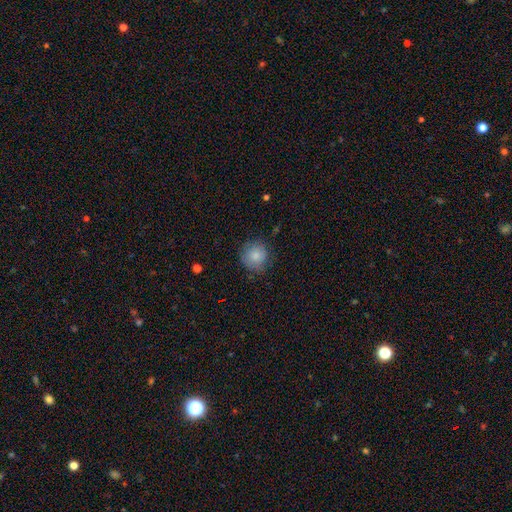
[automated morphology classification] This appears to be a smooth galaxy with no disk features (83%) that is round (92%). Merging: none (78%).